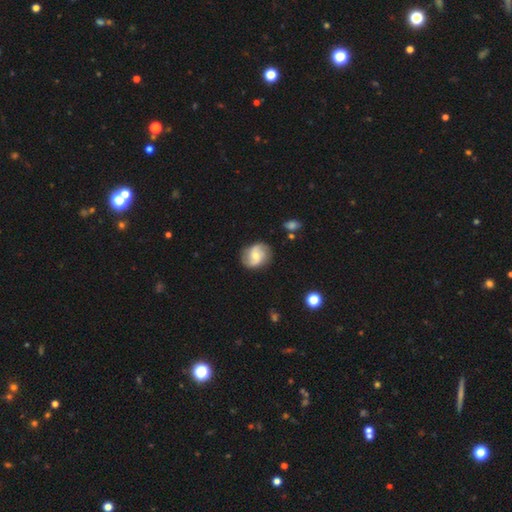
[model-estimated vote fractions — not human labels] A featured or disk galaxy (65%) with no bar (51%), 2 (82%) medium (42%) spiral arms (90%) and a moderate central bulge (58%). Merging: none (81%).